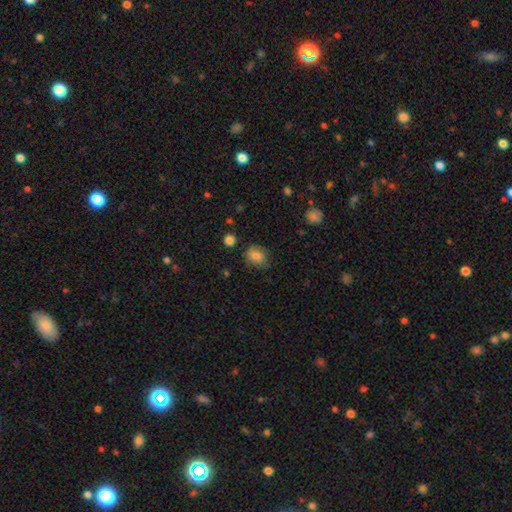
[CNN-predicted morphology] This is clearly a smooth galaxy (81%). How rounded: possibly in between (54%). Merging: likely none (69%).